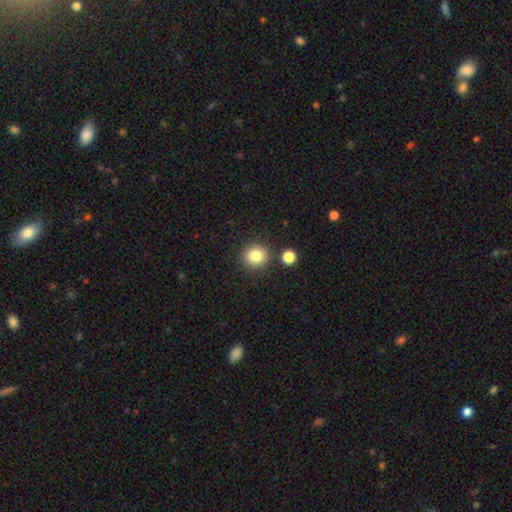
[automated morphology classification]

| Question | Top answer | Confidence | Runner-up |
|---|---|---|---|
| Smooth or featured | smooth | 83% | star or artifact (11%) |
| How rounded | round | 86% | in between (13%) |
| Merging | none | 85% | minor disturbance (7%) |